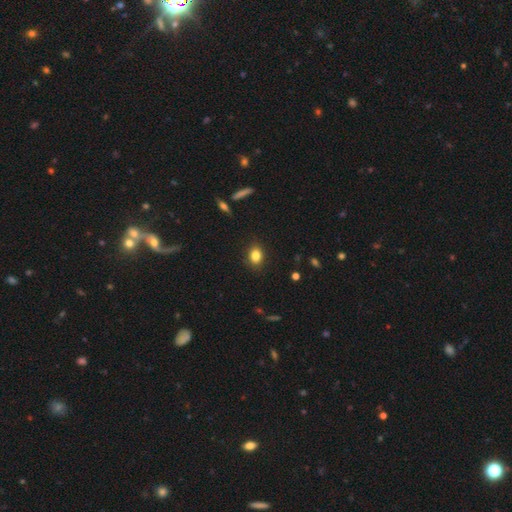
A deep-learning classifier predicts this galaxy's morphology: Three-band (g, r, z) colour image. It shows a smooth galaxy with no disk features (84%) that is in between round and cigar-shaped (60%). Merging: none (87%).